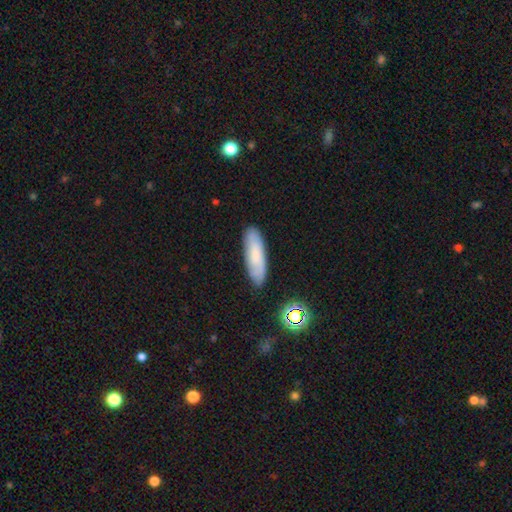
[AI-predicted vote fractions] Smooth or featured: smooth — 70% (featured or disk — 21%)
How rounded: cigar-shaped — 49% (tied with in between — 49%)
Merging: none — 83% (minor disturbance — 12%)